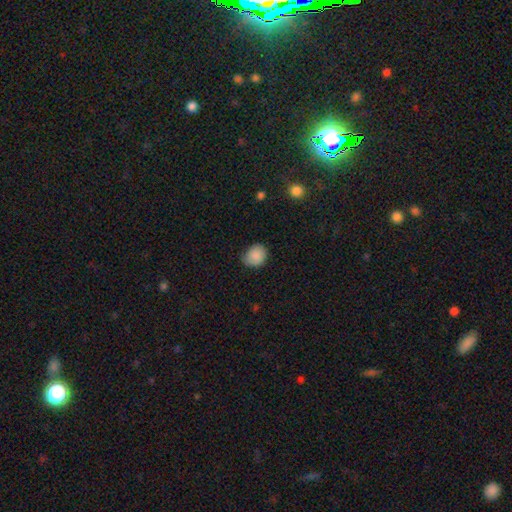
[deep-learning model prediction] A smooth galaxy with no disk features (87%) that is round (60%). Merging: none (64%).